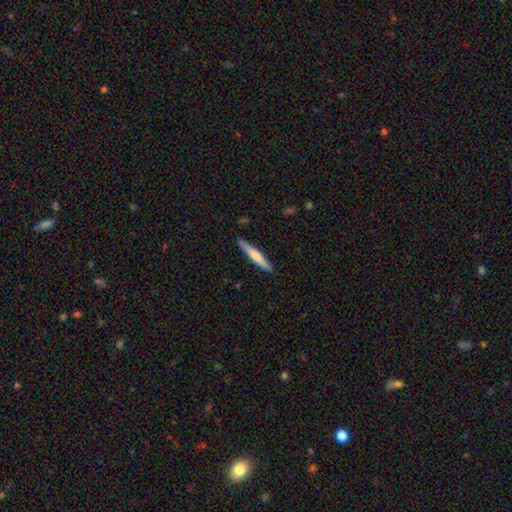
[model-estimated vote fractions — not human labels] Q: Smooth or featured?
A: smooth (57%); runner-up: featured or disk (38%)
Q: How rounded?
A: cigar-shaped (94%); runner-up: in between (5%)
Q: Merging?
A: none (89%); runner-up: minor disturbance (8%)